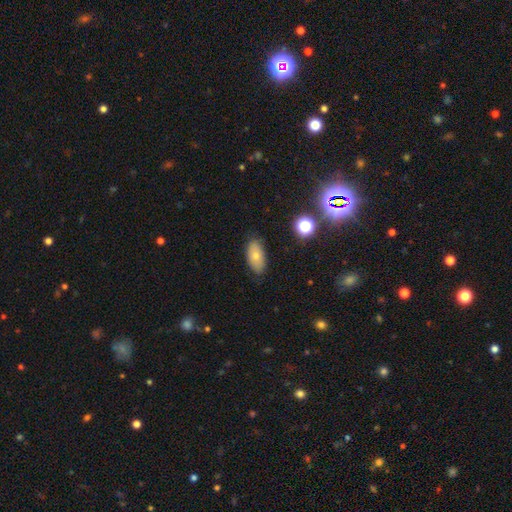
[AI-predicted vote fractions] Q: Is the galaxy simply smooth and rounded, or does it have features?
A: smooth — 73%.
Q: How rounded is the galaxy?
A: in between — 90%.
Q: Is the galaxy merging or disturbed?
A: none — 81%.